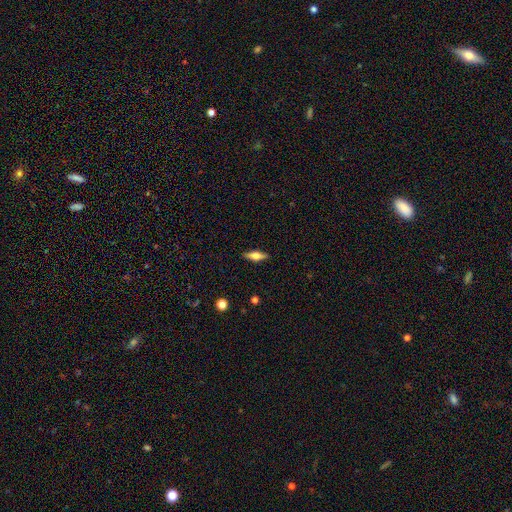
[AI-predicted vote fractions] Morphology: type=smooth (50%); merging=none (89%).